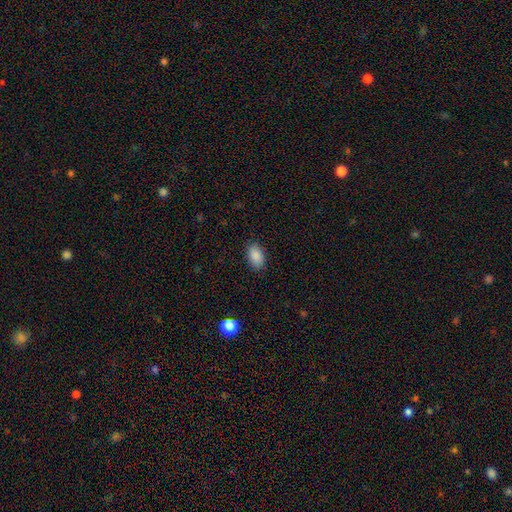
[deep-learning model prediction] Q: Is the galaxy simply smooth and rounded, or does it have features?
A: smooth — 89%.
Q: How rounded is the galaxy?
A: in between — 92%.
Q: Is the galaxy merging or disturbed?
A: none — 87%.